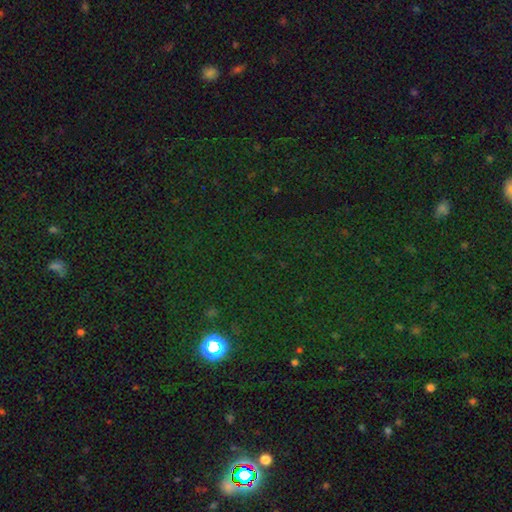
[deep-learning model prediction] Smooth or featured: star or artifact — 76% (smooth — 16%)